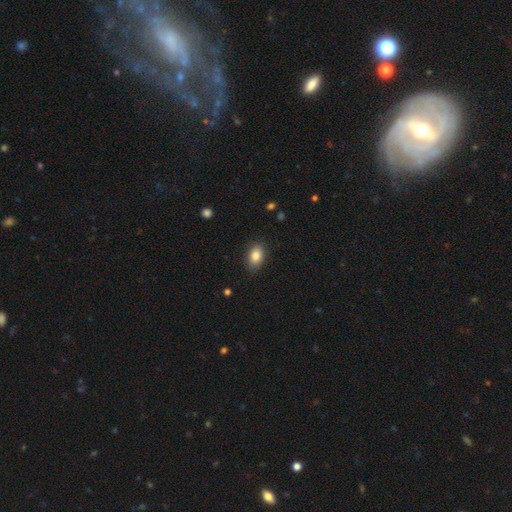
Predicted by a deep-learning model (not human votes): smooth-or-featured: smooth: 85% | star or artifact: 8% | featured or disk: 6%
  how-rounded: in between: 85% | round: 14% | cigar-shaped: 1%
  merging: none: 86% | minor disturbance: 10% | major disturbance: 3% | merger: 1%